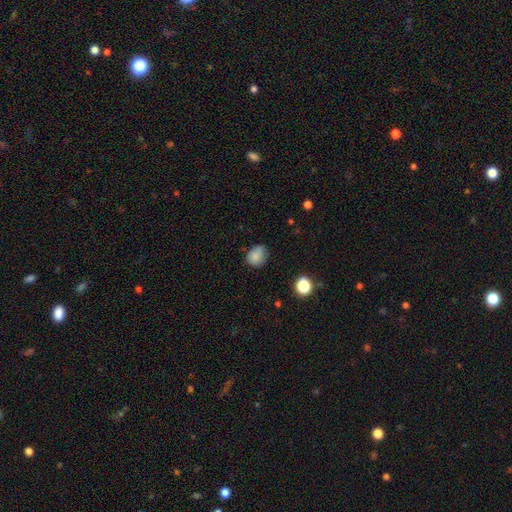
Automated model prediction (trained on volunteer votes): smooth-or-featured: smooth: 82% | star or artifact: 11% | featured or disk: 7%
  how-rounded: round: 61% | in between: 38% | cigar-shaped: 1%
  merging: none: 61% | minor disturbance: 31% | major disturbance: 6% | merger: 2%